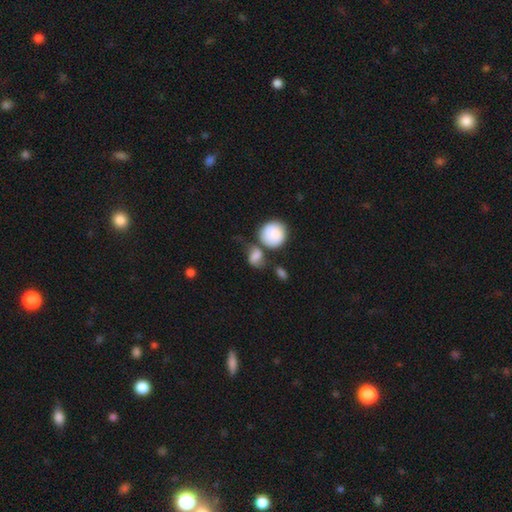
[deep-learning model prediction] Smooth or featured?
  - smooth: 73% *
  - featured or disk: 18%
  - star or artifact: 9%
How rounded?
  - round: 51% *
  - in between: 47%
  - cigar-shaped: 2%
Merging?
  - none: 37% *
  - merger: 32%
  - minor disturbance: 18%
  - major disturbance: 13%